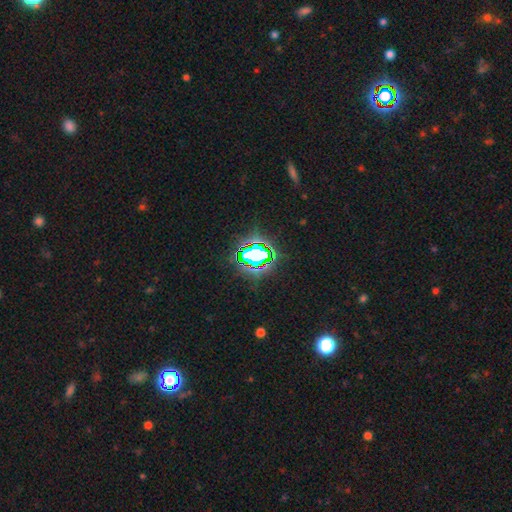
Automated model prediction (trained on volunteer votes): Q: Smooth or featured?
A: star or artifact (72%); runner-up: smooth (17%)